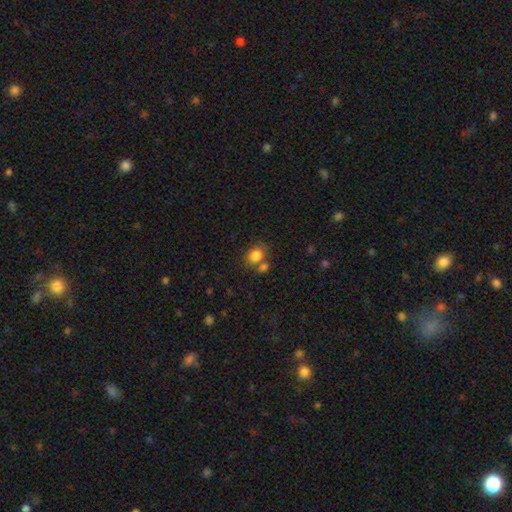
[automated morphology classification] Smooth or featured: smooth — 83% (star or artifact — 10%)
How rounded: round — 50% (in between — 49%)
Merging: none — 55% (merger — 26%)